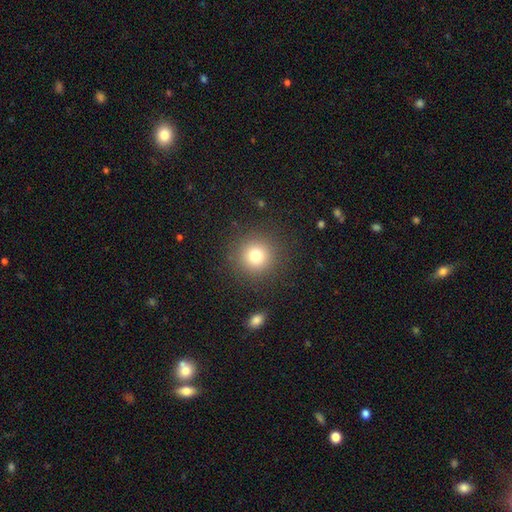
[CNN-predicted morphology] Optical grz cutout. It shows a smooth galaxy with no disk features (77%) that is round (94%). Merging: none (89%).